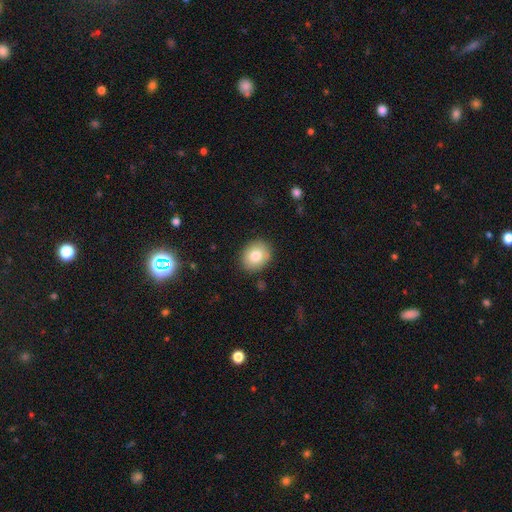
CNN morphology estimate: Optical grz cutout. It shows a smooth galaxy with no disk features (80%) that is round (60%). Merging: none (87%).